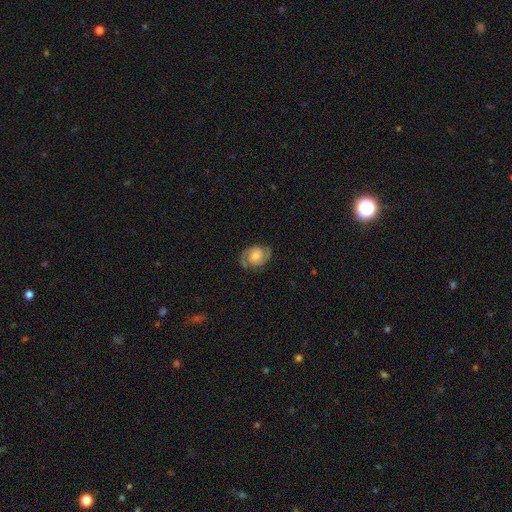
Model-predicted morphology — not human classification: smooth-or-featured: featured or disk: 76% | smooth: 16% | star or artifact: 7%
  disk-edge-on: no: 98% | yes: 2%
    bar: no: 62% | weak: 31% | strong: 7%
    has-spiral-arms: yes: 95% | no: 5%
      spiral-winding: medium: 50% | tight: 34% | loose: 16%
      spiral-arm-count: 2: 90% | can't tell: 5% | 1: 2% | 3: 2% | 4: 1% | more than 4: 1%
    bulge-size: moderate: 41% | small: 36% | large: 12% | none: 8% | dominant: 2%
  merging: none: 78% | minor disturbance: 15% | major disturbance: 6% | merger: 1%